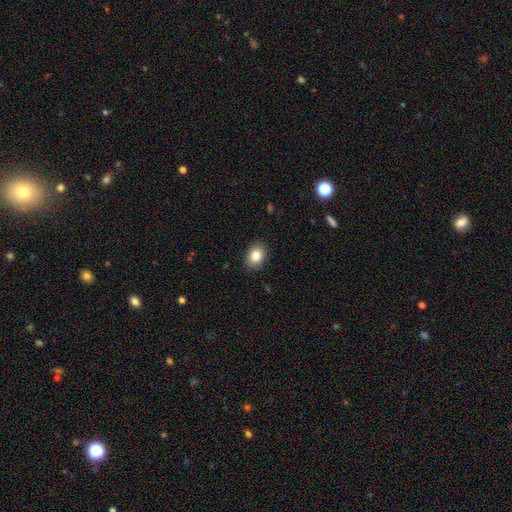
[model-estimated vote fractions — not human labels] The model was most divided on "how rounded": in between: 68%, round: 31%, cigar-shaped: 1%. More confident: merging — none (88%); smooth or featured — smooth (85%).